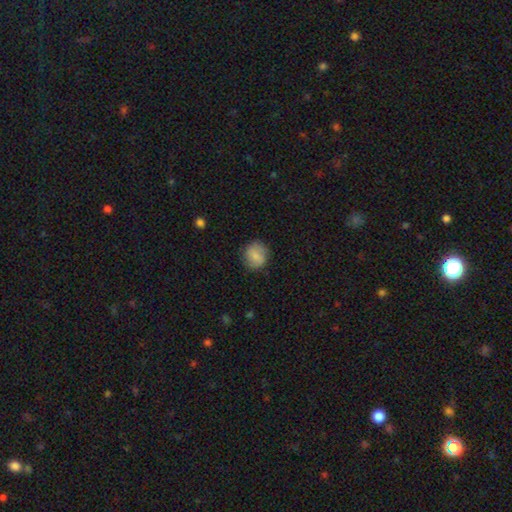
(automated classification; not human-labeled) smooth 76%, featured or disk 17%, star or artifact 8%. Down the decision tree: how rounded — round (83%); merging — none (82%).